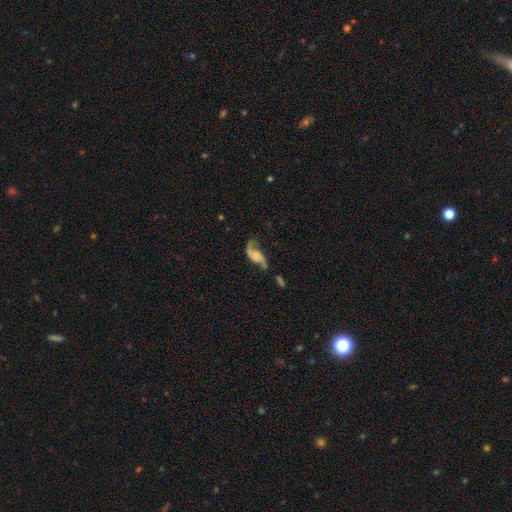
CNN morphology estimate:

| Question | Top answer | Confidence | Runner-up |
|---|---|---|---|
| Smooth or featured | featured or disk | 72% | smooth (20%) |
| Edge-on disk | no | 93% | yes (7%) |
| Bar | no | 59% | weak (30%) |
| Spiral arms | yes | 91% | no (9%) |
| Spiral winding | loose | 78% | medium (17%) |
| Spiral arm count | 2 | 84% | 1 (10%) |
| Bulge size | none | 44% | small (24%) |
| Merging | none | 50% | minor disturbance (22%) |